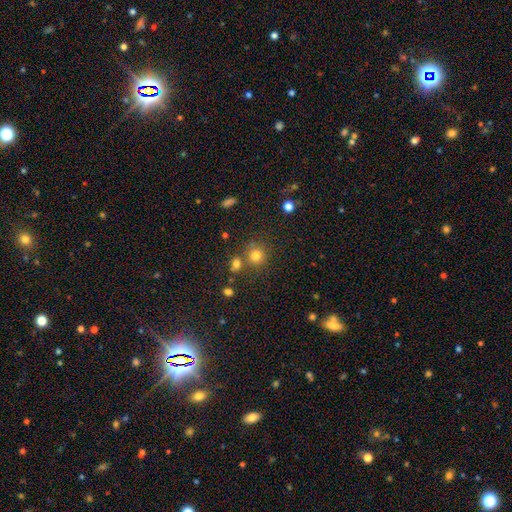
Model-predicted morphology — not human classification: A smooth galaxy with no disk features (76%) that is round (87%).

Vote fractions:
- Smooth or featured? smooth: 76% / star or artifact: 16% / featured or disk: 7%
- How rounded? round: 87% / in between: 12% / cigar-shaped: 1%
- Merging? none: 67% / merger: 19% / minor disturbance: 10% / major disturbance: 4%